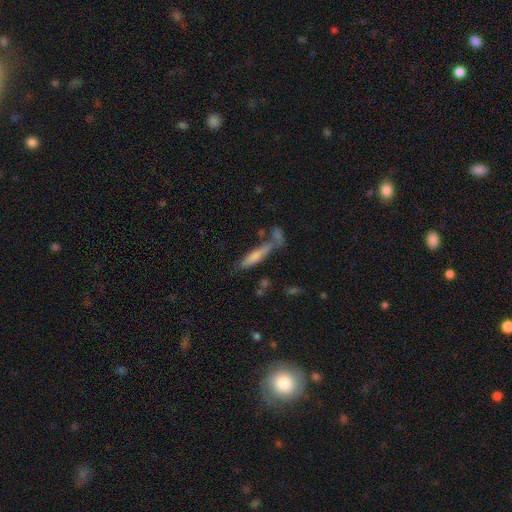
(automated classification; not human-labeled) The model was most divided on "smooth or featured": smooth: 65%, featured or disk: 27%, star or artifact: 8%. More confident: how rounded — cigar-shaped (83%); merging — none (59%).